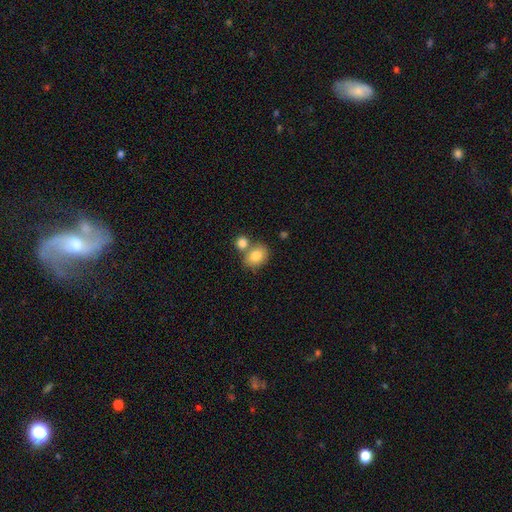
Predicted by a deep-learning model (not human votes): Smooth or featured? Predicted: smooth (p=0.82). How rounded? Predicted: in between (p=0.54). Merging? Predicted: none (p=0.51).